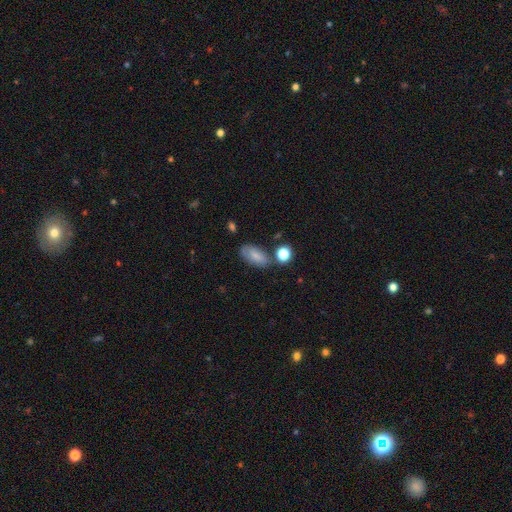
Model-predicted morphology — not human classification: This appears to be a smooth galaxy with no disk features (76%) that is in between round and cigar-shaped (90%). Merging: none (67%).